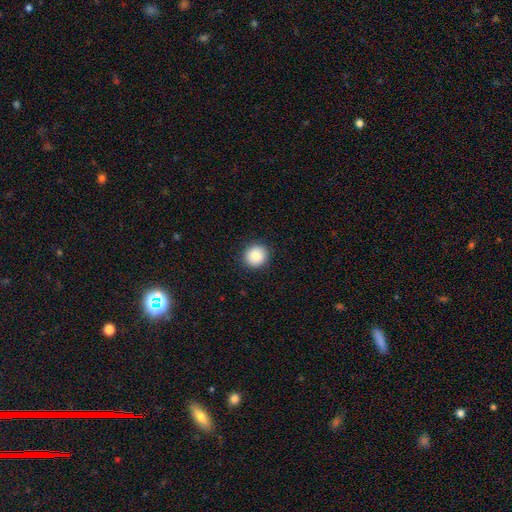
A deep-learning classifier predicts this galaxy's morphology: A smooth galaxy with no disk features (86%) that is round (91%). Merging: none (91%).